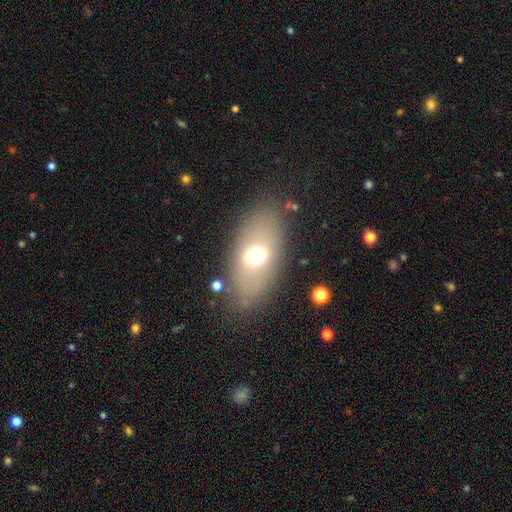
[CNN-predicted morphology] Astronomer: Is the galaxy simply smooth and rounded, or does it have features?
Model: smooth — 61%.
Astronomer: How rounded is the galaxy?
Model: in between — 87%.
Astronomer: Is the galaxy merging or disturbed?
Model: none — 81%.